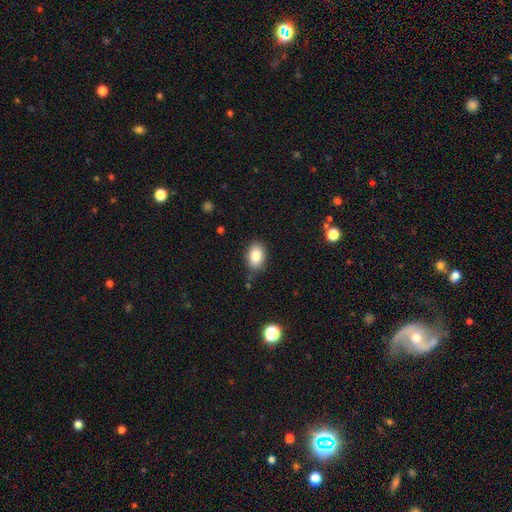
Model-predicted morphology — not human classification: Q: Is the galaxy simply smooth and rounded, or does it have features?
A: smooth — 87%.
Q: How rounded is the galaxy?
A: in between — 83%.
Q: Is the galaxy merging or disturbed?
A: none — 79%.